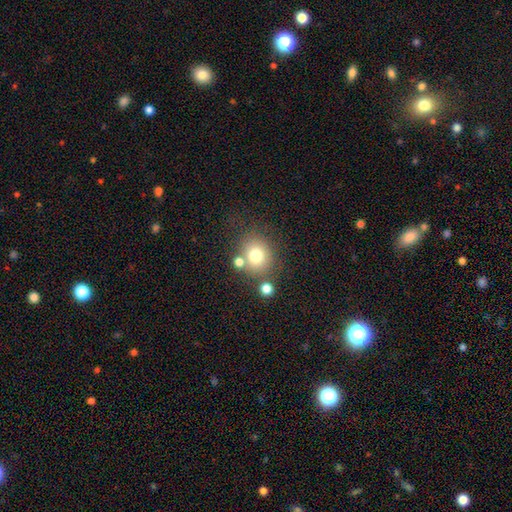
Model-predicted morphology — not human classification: A smooth galaxy with no disk features (75%) that is round (81%).

Vote fractions:
- Smooth or featured? smooth: 75% / star or artifact: 13% / featured or disk: 12%
- How rounded? round: 81% / in between: 18% / cigar-shaped: 1%
- Merging? none: 68% / merger: 16% / minor disturbance: 12% / major disturbance: 5%